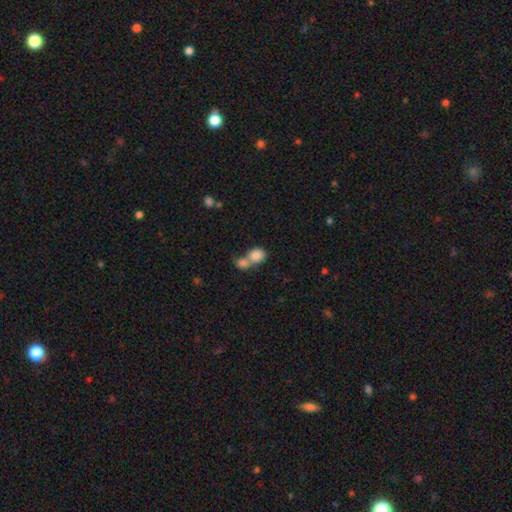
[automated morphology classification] This appears to be a smooth galaxy with no disk features (83%) that is round (69%). Merging: merger (66%).